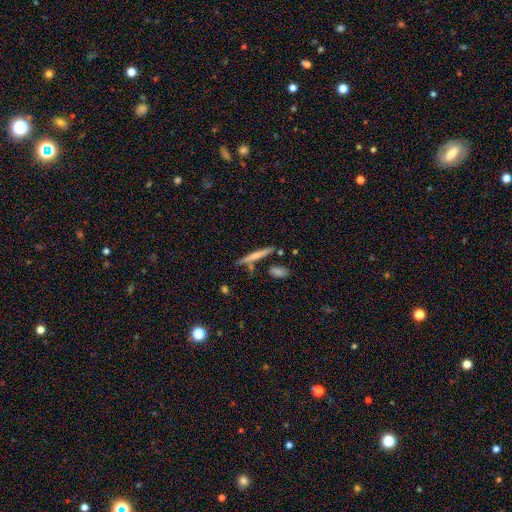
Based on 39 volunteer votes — Smooth or featured: smooth — 59% (featured or disk — 31%)
How rounded: cigar-shaped — 96% (in between — 4%)
Merging: none — 77% (minor disturbance — 11%)